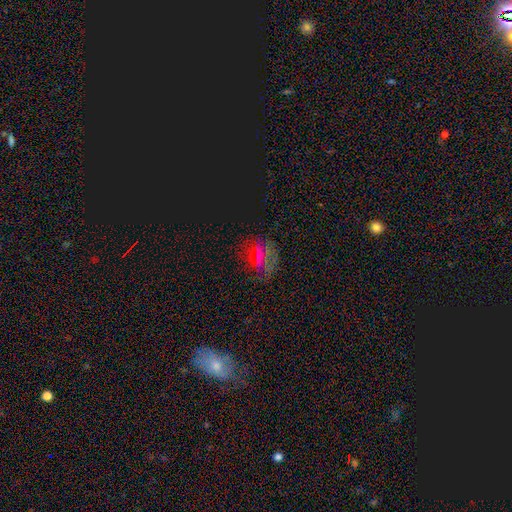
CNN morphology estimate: smooth_or_featured: star or artifact (p=0.49) [alt: smooth p=0.35]